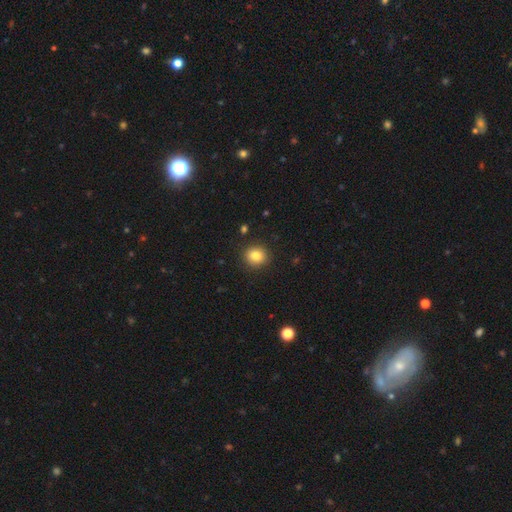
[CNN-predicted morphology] smooth-or-featured: smooth: 83% | star or artifact: 10% | featured or disk: 6%
  how-rounded: round: 85% | in between: 14% | cigar-shaped: 1%
  merging: none: 91% | minor disturbance: 6% | major disturbance: 2% | merger: 1%